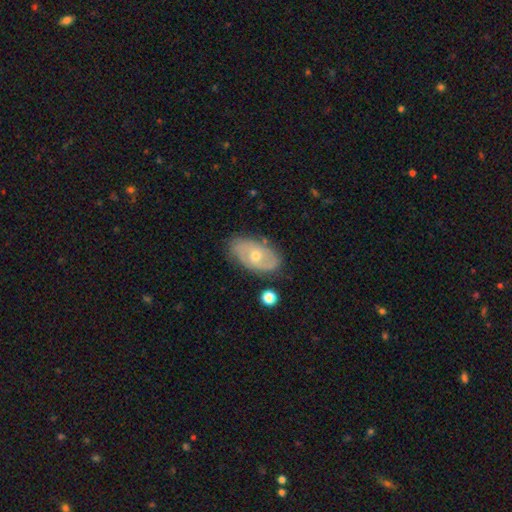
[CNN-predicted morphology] Smooth or featured? featured or disk (63%)
Edge-on disk? no (93%)
Bar? no (76%)
Spiral arms? yes (68%)
Bulge size? moderate (58%)
Merging? none (75%)